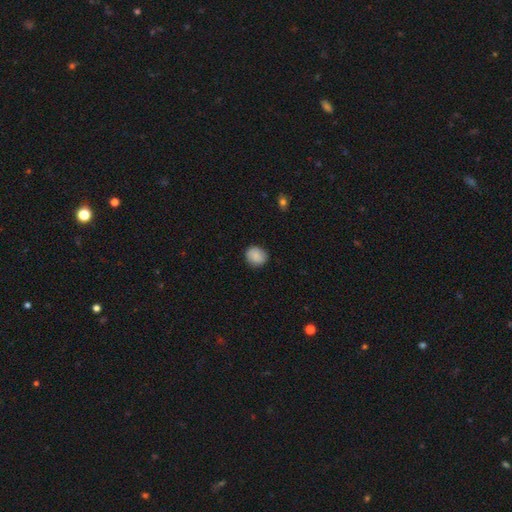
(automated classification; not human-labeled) Q: Smooth or featured?
A: smooth (87%); runner-up: star or artifact (7%)
Q: How rounded?
A: round (76%); runner-up: in between (23%)
Q: Merging?
A: none (85%); runner-up: minor disturbance (11%)